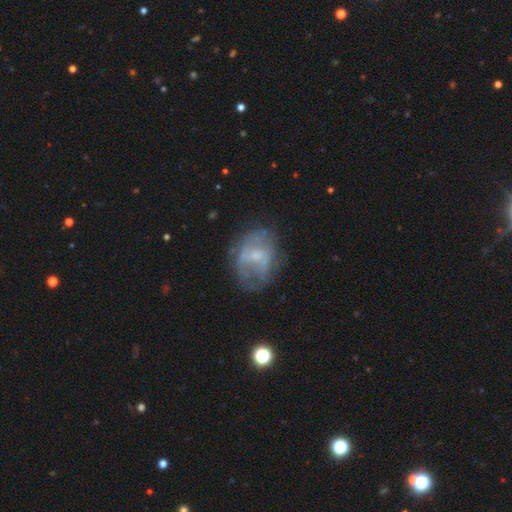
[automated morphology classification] Smooth or featured?
  - featured or disk: 55% *
  - smooth: 35%
  - star or artifact: 10%
Edge-on disk?
  - no: 97% *
  - yes: 3%
Bar?
  - no: 56% *
  - weak: 37%
  - strong: 7%
Spiral arms?
  - no: 61% *
  - yes: 39%
Bulge size?
  - small: 45% *
  - moderate: 29%
  - none: 23%
  - large: 3%
  - dominant: 1%
Merging?
  - none: 53% *
  - minor disturbance: 24%
  - major disturbance: 21%
  - merger: 3%